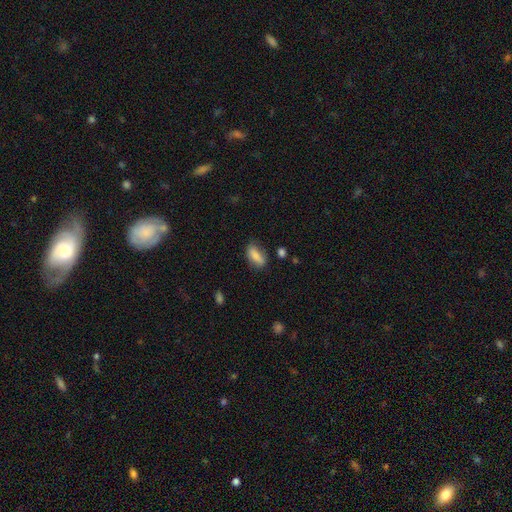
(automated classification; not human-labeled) Morphology: type=smooth (81%); roundness=in between (81%); merging=none (66%).